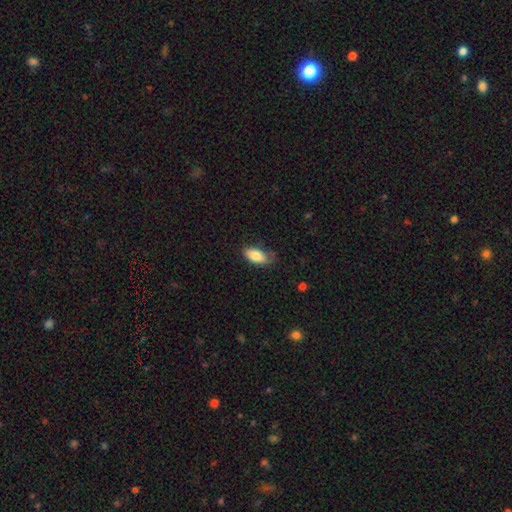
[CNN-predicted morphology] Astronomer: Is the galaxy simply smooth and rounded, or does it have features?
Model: smooth — 84%.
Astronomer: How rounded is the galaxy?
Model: in between — 89%.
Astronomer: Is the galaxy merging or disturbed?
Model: none — 66%.